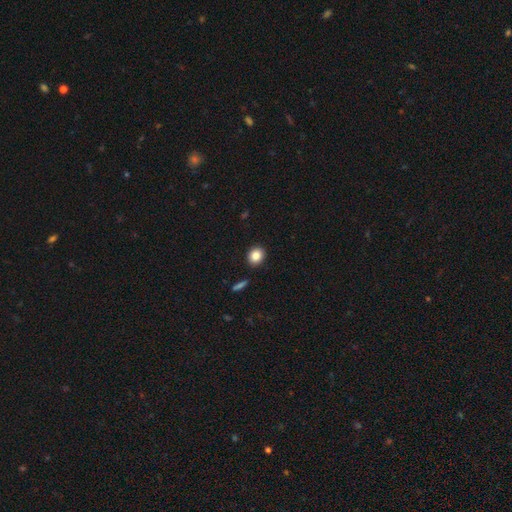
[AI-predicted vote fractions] smooth 86%, star or artifact 9%, featured or disk 5%. Down the decision tree: how rounded — round (65%); merging — none (90%).